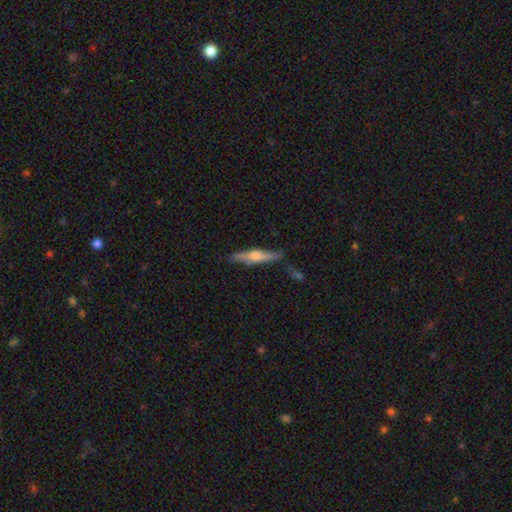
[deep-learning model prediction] A featured or disk galaxy (59%) viewed edge-on (91%) with a rounded central bulge (88%). Merging: none (76%).